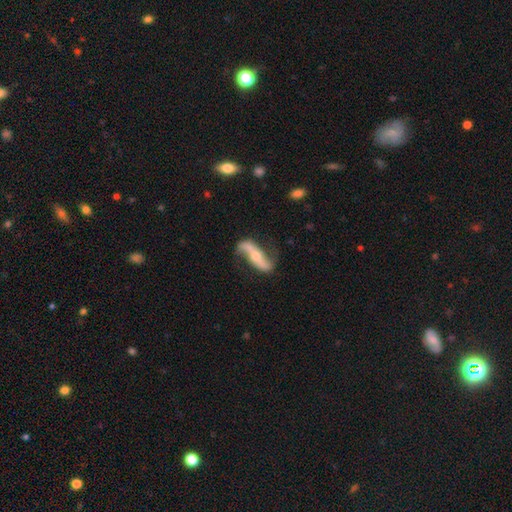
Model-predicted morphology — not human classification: This is clearly a featured or disk galaxy (82%). It is clearly not viewed edge-on (85%). Bar: marginally no (40%). Spiral arm pattern: clearly yes (92%). Spiral arm count: clearly 2 (92%). Spiral winding: clearly loose (84%). Central bulge: possibly small (48%). Merging: likely none (71%).